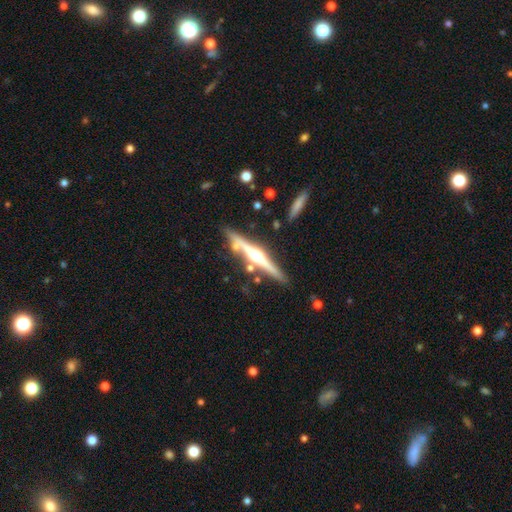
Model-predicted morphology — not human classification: A featured or disk galaxy (79%) viewed edge-on (98%) with a rounded central bulge (92%). Merging: none (80%).